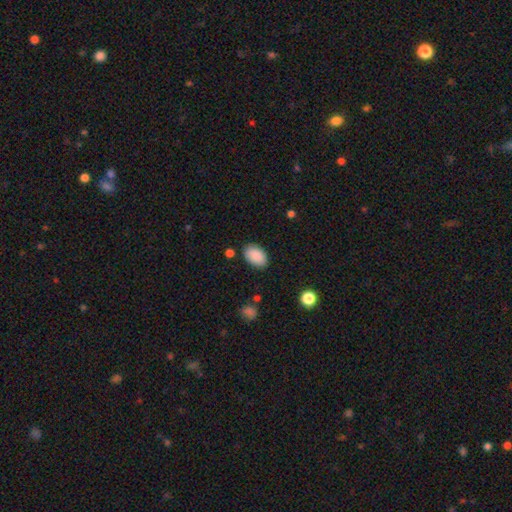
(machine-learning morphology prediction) This is clearly a smooth galaxy (89%). How rounded: clearly in between (90%). Merging: clearly none (85%).